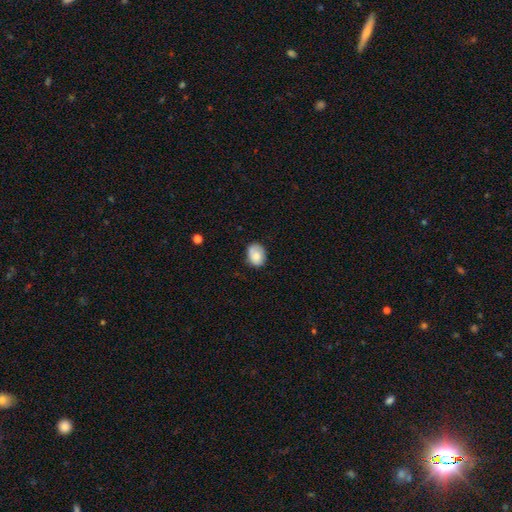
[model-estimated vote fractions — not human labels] Smooth or featured? Predicted: smooth (p=0.81). How rounded? Predicted: in between (p=0.63). Merging? Predicted: none (p=0.67).